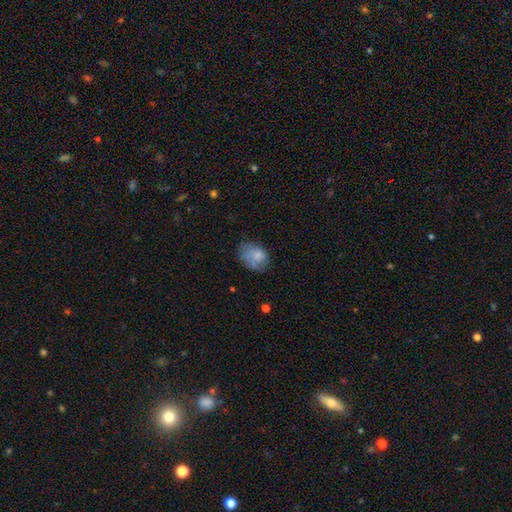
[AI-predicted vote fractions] Morphology: type=smooth (75%); roundness=in between (70%); merging=none (52%).